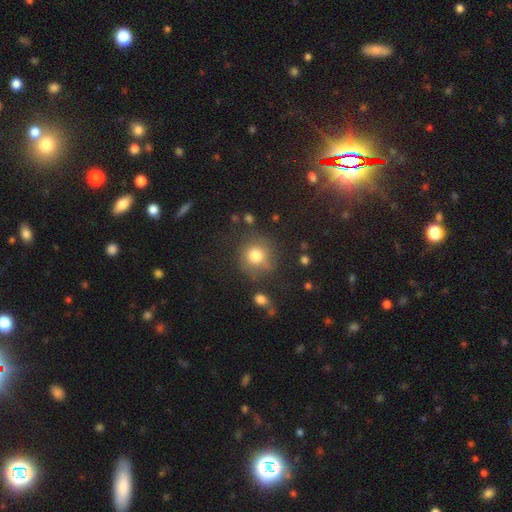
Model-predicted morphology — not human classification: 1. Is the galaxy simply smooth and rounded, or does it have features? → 77% smooth, 12% featured or disk, 12% star or artifact.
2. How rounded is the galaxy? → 89% round, 10% in between, 1% cigar-shaped.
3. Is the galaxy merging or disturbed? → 71% none, 17% minor disturbance, 8% major disturbance, 5% merger.